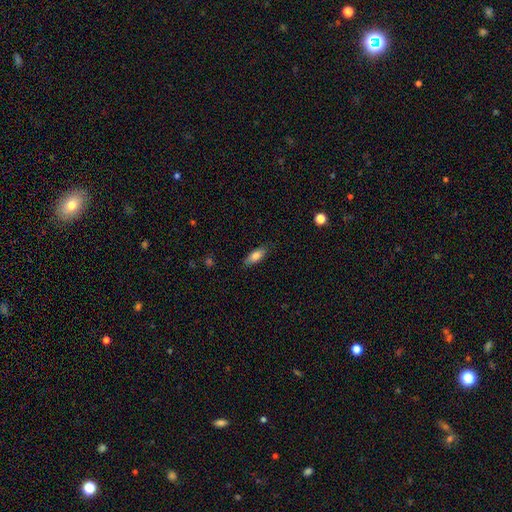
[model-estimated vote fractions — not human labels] Smooth or featured?
  - smooth: 80% *
  - featured or disk: 13%
  - star or artifact: 7%
How rounded?
  - in between: 74% *
  - cigar-shaped: 24%
  - round: 2%
Merging?
  - none: 82% *
  - minor disturbance: 14%
  - major disturbance: 3%
  - merger: 1%